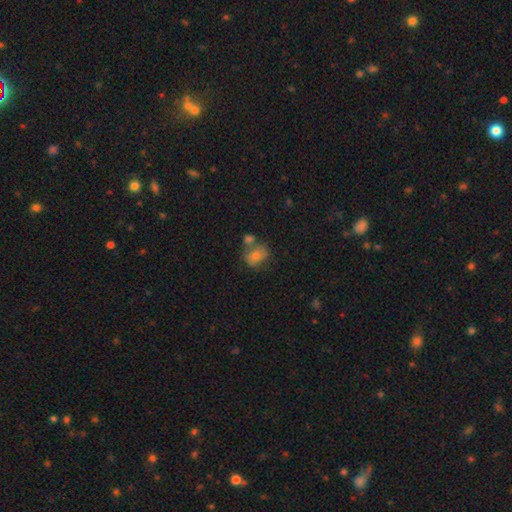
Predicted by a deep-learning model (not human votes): A smooth galaxy with no disk features (69%) that is in between round and cigar-shaped (52%).

Vote fractions:
- Smooth or featured? smooth: 69% / featured or disk: 19% / star or artifact: 12%
- How rounded? in between: 52% / round: 47% / cigar-shaped: 1%
- Merging? none: 47% / merger: 29% / minor disturbance: 17% / major disturbance: 7%